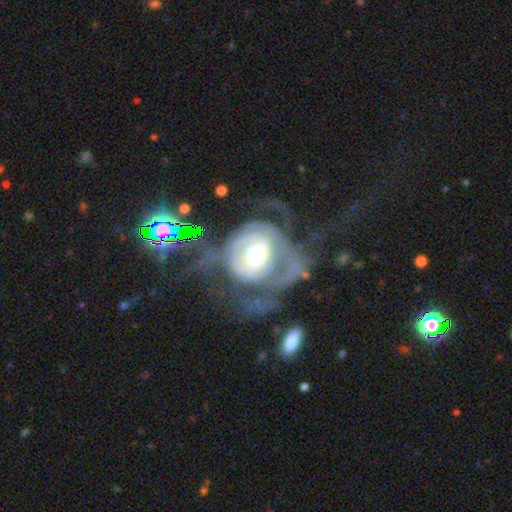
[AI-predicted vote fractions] A featured or disk galaxy (66%) with no bar (81%), no spiral arms (51%) and a moderate central bulge (54%).

Vote fractions:
- Smooth or featured? featured or disk: 66% / smooth: 25% / star or artifact: 9%
- Edge-on disk? no: 96% / yes: 4%
- Bar? no: 81% / weak: 14% / strong: 6%
- Spiral arms? no: 51% / yes: 49%
- Bulge size? moderate: 54% / large: 33% / dominant: 6% / small: 6% / none: 1%
- Merging? major disturbance: 59% / none: 24% / minor disturbance: 12% / merger: 6%